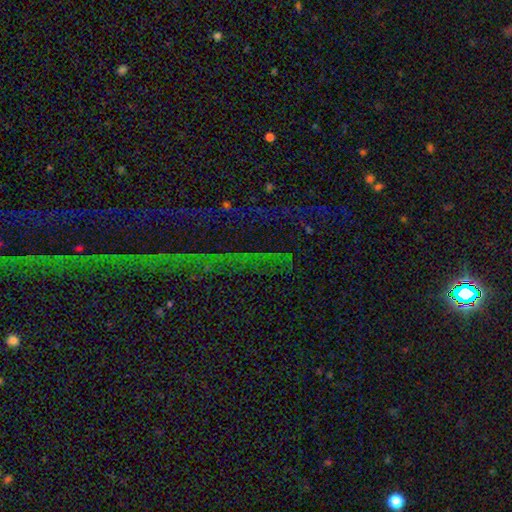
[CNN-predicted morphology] Smooth or featured? star or artifact (75%)